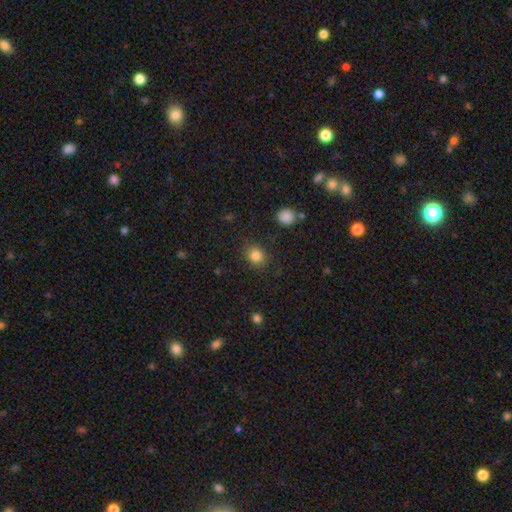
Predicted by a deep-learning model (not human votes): smooth 83%, star or artifact 11%, featured or disk 5%. Down the decision tree: how rounded — round (71%); merging — none (84%).